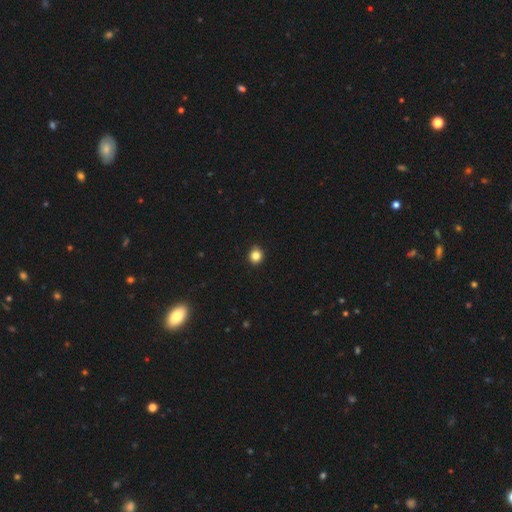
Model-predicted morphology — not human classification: A smooth galaxy with no disk features (84%) that is round (86%). Merging: none (91%).